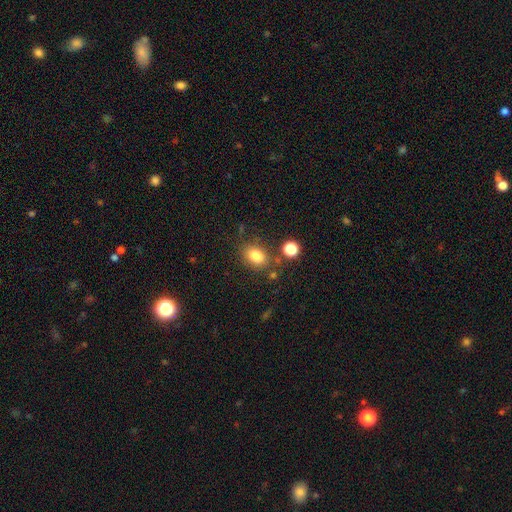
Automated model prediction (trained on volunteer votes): This appears to be a smooth galaxy with no disk features (81%) that is in between round and cigar-shaped (69%). Merging: none (75%).